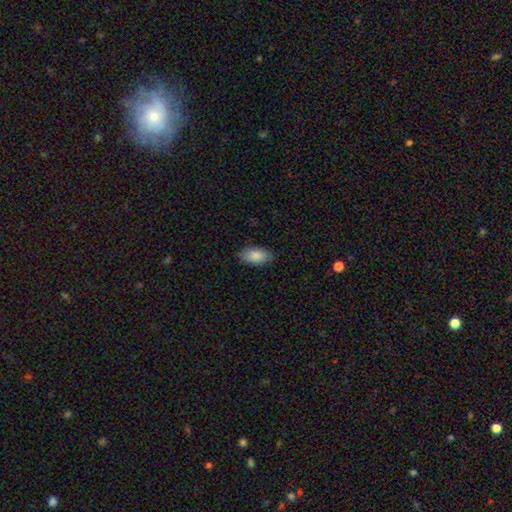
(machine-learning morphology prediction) This appears to be a smooth galaxy with no disk features (87%) that is in between round and cigar-shaped (93%). Merging: none (86%).